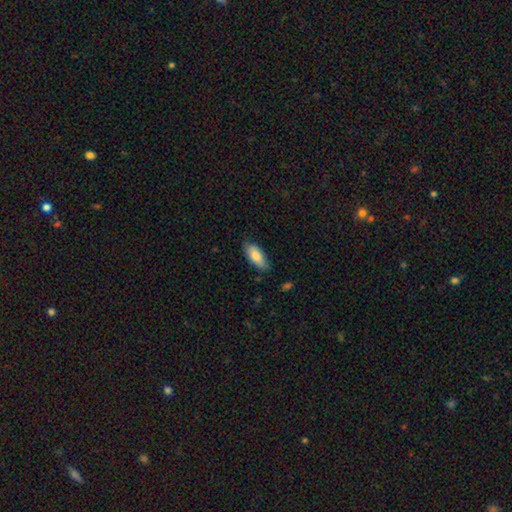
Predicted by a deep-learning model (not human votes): smooth 83%, featured or disk 11%, star or artifact 6%. Down the decision tree: how rounded — in between (83%); merging — none (79%).